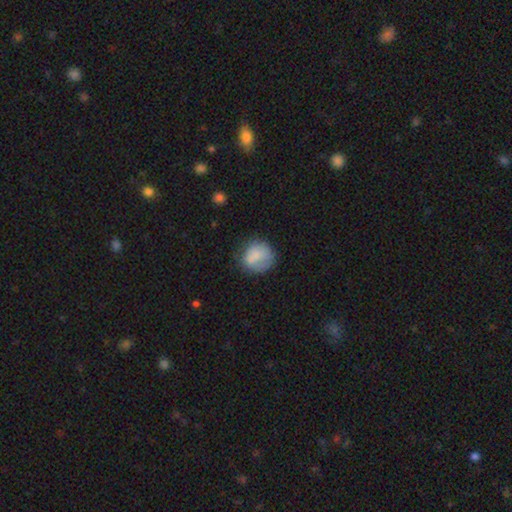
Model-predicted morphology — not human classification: Smooth or featured: smooth — 74% (featured or disk — 18%)
How rounded: round — 83% (in between — 16%)
Merging: none — 57% (minor disturbance — 26%)